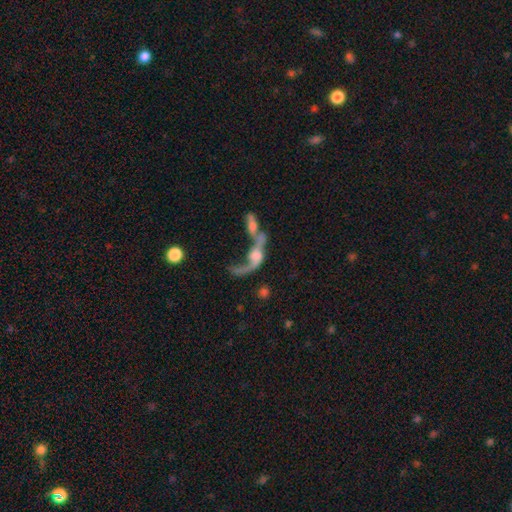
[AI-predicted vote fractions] A featured or disk galaxy (62%) with no bar (71%), spiral arms (64%) and no central bulge (29%, tied with moderate).

Vote fractions:
- Smooth or featured? featured or disk: 62% / smooth: 26% / star or artifact: 12%
- Edge-on disk? no: 89% / yes: 11%
- Bar? no: 71% / weak: 23% / strong: 6%
- Spiral arms? yes: 64% / no: 36%
- Bulge size? none: 29% (tied) / moderate: 29% (tied) / large: 19% / small: 18% / dominant: 4%
- Merging? merger: 66% / major disturbance: 18% / none: 11% / minor disturbance: 6%